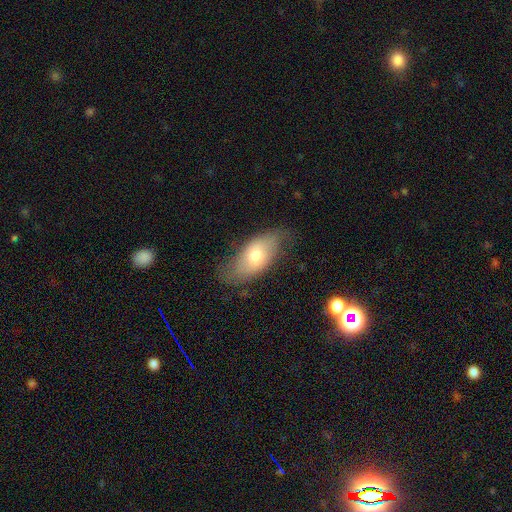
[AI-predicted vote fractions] Smooth or featured? smooth (62%)
How rounded? in between (89%)
Merging? none (67%)